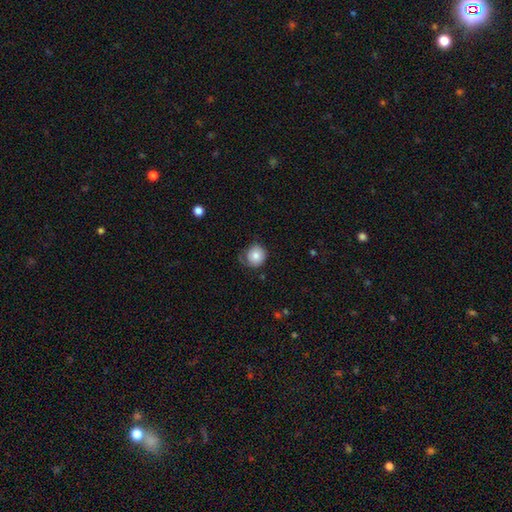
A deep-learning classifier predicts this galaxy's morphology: smooth-or-featured: smooth: 77% | featured or disk: 16% | star or artifact: 7%
  how-rounded: round: 88% | in between: 11% | cigar-shaped: 1%
  merging: none: 59% | minor disturbance: 27% | major disturbance: 13% | merger: 2%